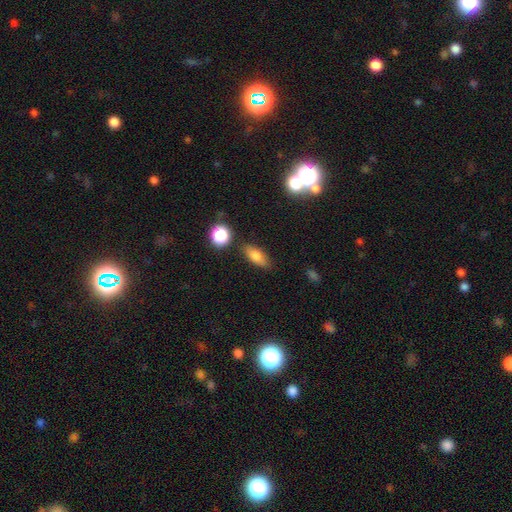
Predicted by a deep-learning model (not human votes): A smooth galaxy with no disk features (79%) that is in between round and cigar-shaped (78%).

Vote fractions:
- Smooth or featured? smooth: 79% / featured or disk: 11% / star or artifact: 10%
- How rounded? in between: 78% / cigar-shaped: 16% / round: 7%
- Merging? none: 82% / minor disturbance: 11% / merger: 3% / major disturbance: 3%